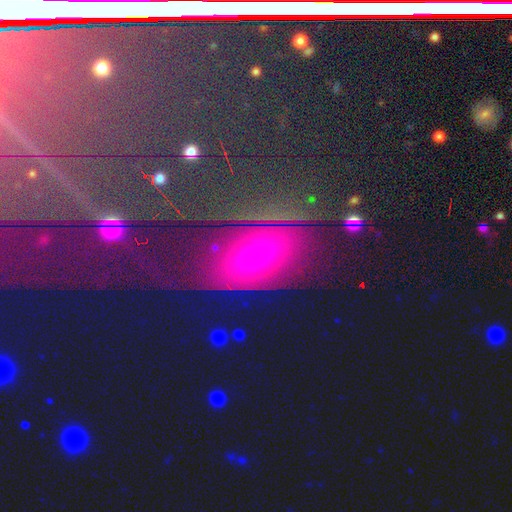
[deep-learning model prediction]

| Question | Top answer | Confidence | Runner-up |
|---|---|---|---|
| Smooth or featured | star or artifact | 36% | smooth (35%) |